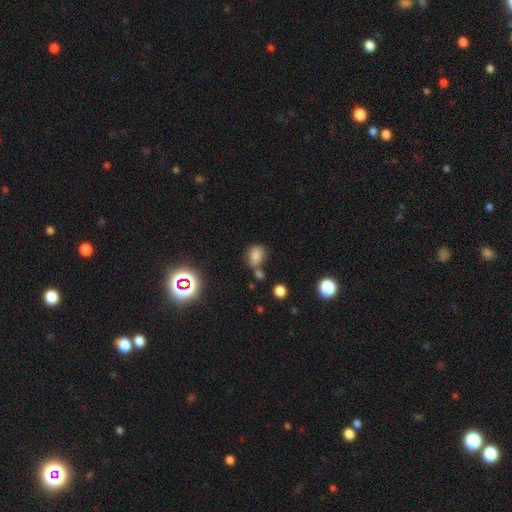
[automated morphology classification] smooth-or-featured: smooth: 76% | star or artifact: 17% | featured or disk: 7%
  how-rounded: in between: 64% | round: 34% | cigar-shaped: 2%
  merging: none: 53% | merger: 21% | minor disturbance: 19% | major disturbance: 7%